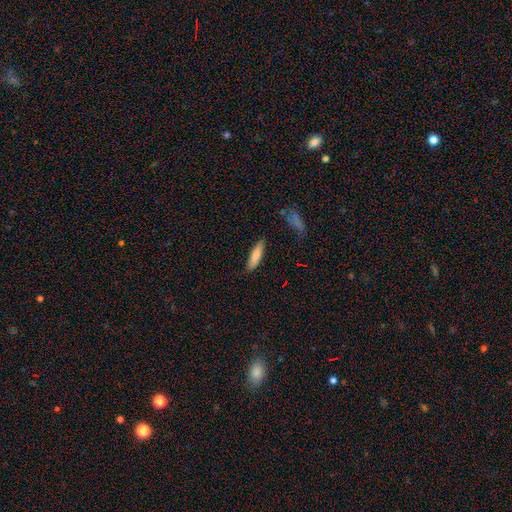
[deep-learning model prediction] Smooth or featured: smooth — 83% (featured or disk — 11%)
How rounded: cigar-shaped — 67% (in between — 32%)
Merging: none — 83% (minor disturbance — 12%)